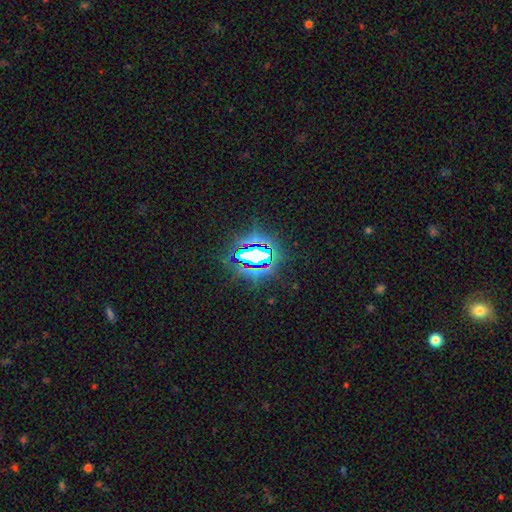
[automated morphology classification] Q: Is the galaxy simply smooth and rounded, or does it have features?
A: star or artifact — 74%.